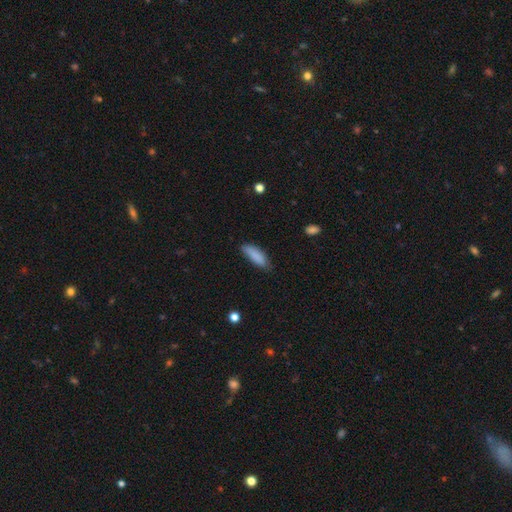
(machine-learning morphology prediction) type=smooth (87%); roundness=in between (55%); merging=none (72%).